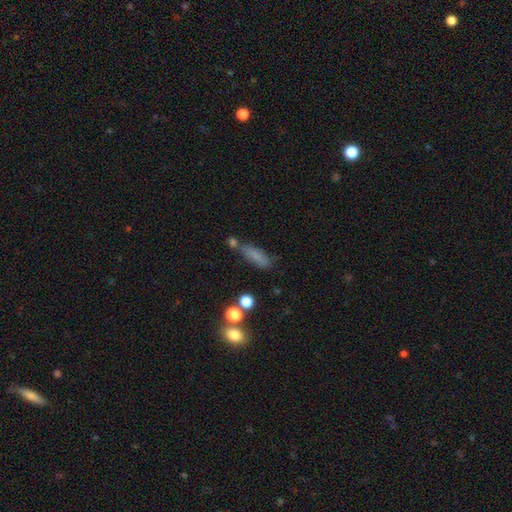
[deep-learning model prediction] Smooth or featured?
  - smooth: 74% *
  - star or artifact: 14%
  - featured or disk: 12%
How rounded?
  - in between: 51% *
  - cigar-shaped: 44%
  - round: 5%
Merging?
  - none: 60% *
  - minor disturbance: 19%
  - merger: 14%
  - major disturbance: 7%